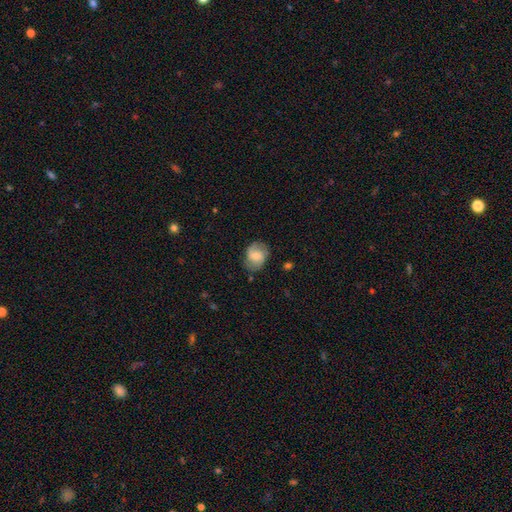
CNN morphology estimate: A smooth galaxy with no disk features (49%). Merging: none (74%).